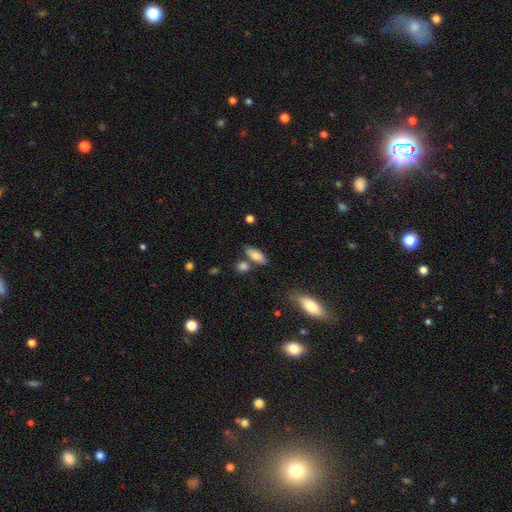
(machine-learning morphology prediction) Smooth or featured? Predicted: smooth (p=0.81). How rounded? Predicted: in between (p=0.78). Merging? Predicted: none (p=0.68).